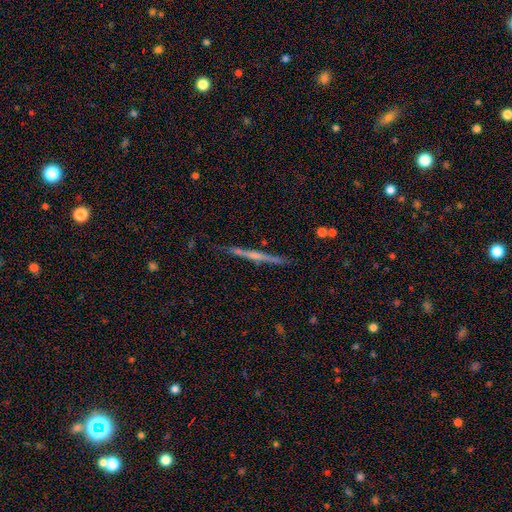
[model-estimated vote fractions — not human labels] featured or disk 66%, smooth 21%, star or artifact 13%. Down the decision tree: edge-on disk — yes (96%); edge-on bulge — rounded (50%); merging — none (88%).